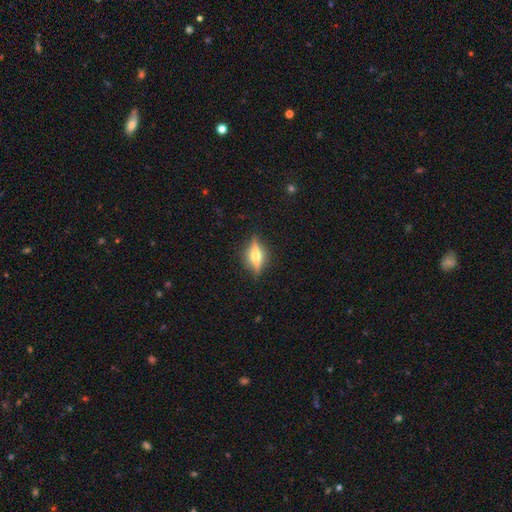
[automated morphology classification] smooth_or_featured: featured or disk (p=0.69) [alt: smooth p=0.24]
disk_edge_on: yes (p=0.92) [alt: no p=0.08]
edge_on_bulge: rounded (p=0.95) [alt: boxy p=0.03]
merging: none (p=0.85) [alt: minor disturbance p=0.10]